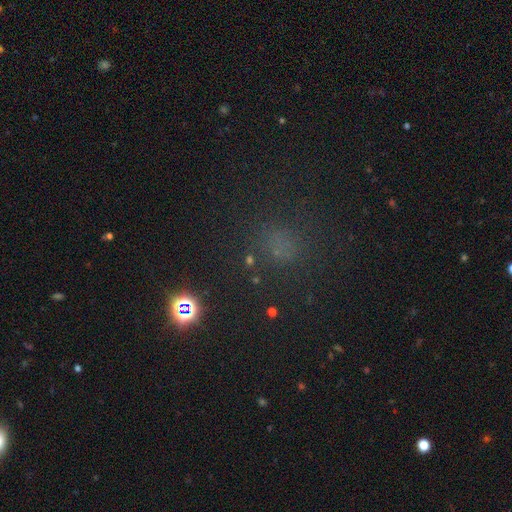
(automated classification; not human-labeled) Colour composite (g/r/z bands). It shows a smooth galaxy with no disk features (47%). Merging: none (77%).